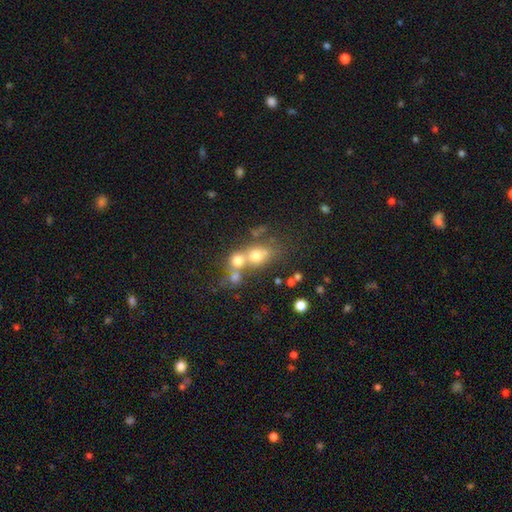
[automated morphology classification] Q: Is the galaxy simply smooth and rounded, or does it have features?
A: smooth — 64%.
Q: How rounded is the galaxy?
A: round — 65%.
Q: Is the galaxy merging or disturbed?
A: merger — 56%.